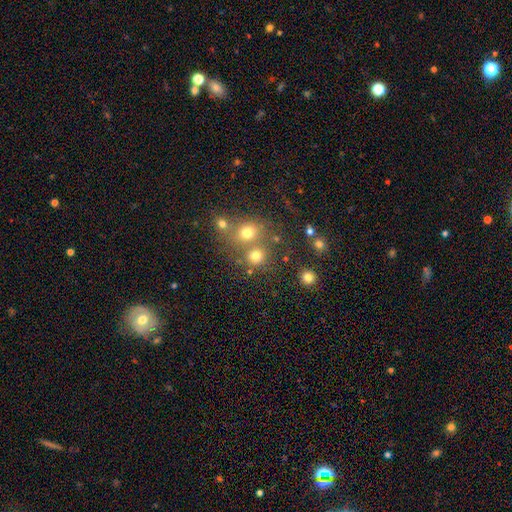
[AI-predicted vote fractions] Smooth or featured?
  - smooth: 68% *
  - star or artifact: 21%
  - featured or disk: 11%
How rounded?
  - round: 84% *
  - in between: 15%
  - cigar-shaped: 1%
Merging?
  - none: 56% *
  - merger: 32%
  - minor disturbance: 8%
  - major disturbance: 4%